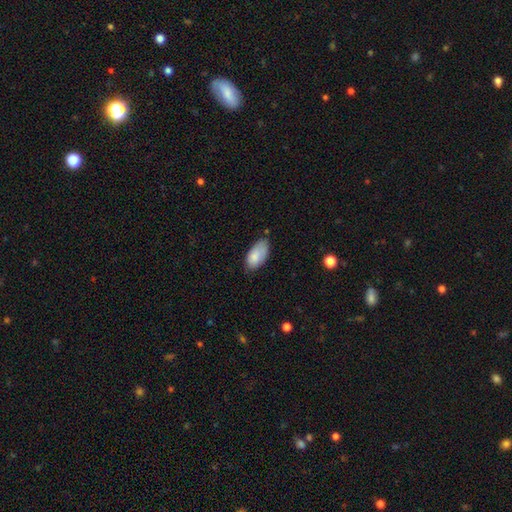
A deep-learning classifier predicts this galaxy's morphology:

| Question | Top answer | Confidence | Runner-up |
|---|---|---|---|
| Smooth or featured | smooth | 83% | featured or disk (11%) |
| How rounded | in between | 94% | cigar-shaped (4%) |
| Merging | none | 60% | minor disturbance (31%) |